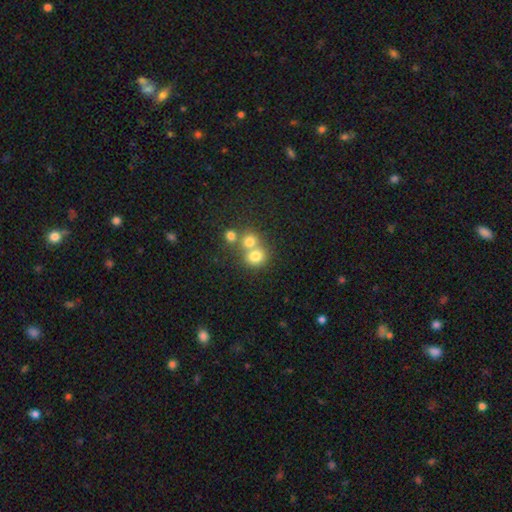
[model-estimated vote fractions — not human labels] smooth_or_featured: smooth (p=0.74) [alt: star or artifact p=0.13]
how_rounded: round (p=0.79) [alt: in between p=0.20]
merging: merger (p=0.51) [alt: none p=0.40]